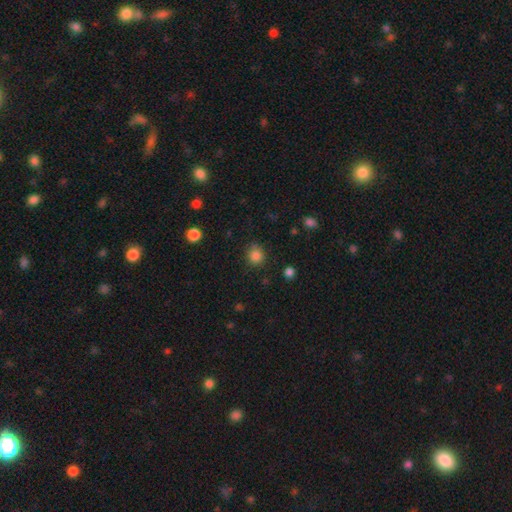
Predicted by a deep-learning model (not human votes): Smooth or featured? Predicted: smooth (p=0.84). How rounded? Predicted: round (p=0.83). Merging? Predicted: none (p=0.80).